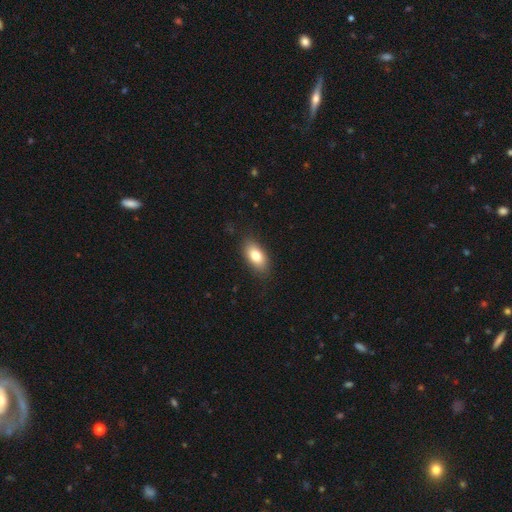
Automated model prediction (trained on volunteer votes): Smooth or featured? smooth (78%)
How rounded? in between (89%)
Merging? none (86%)